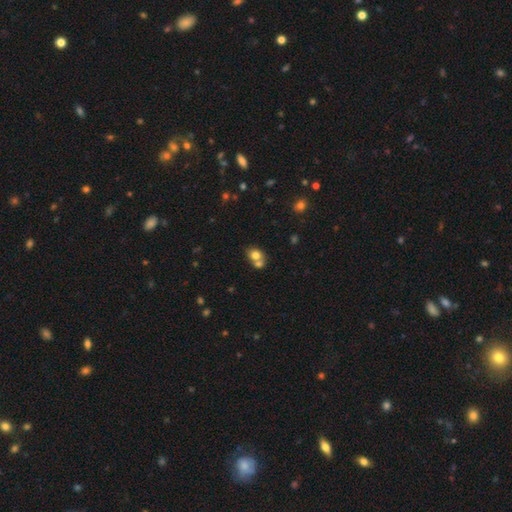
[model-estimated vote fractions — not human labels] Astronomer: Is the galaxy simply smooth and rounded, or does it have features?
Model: smooth — 74%.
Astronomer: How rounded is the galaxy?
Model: round — 55% (runner-up: in between, 44%).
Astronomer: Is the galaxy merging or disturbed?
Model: merger — 52% (runner-up: none, 36%).